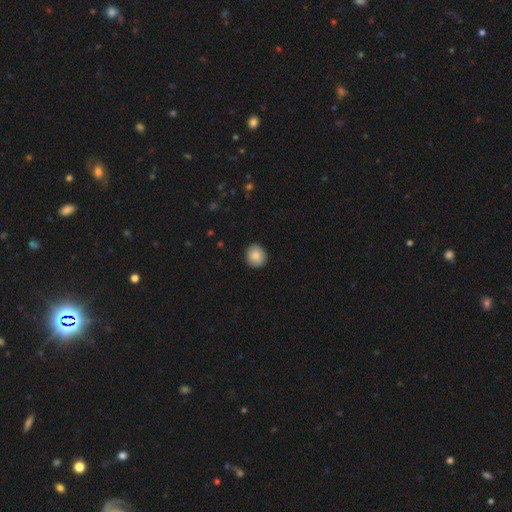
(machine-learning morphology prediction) Overall: smooth (86%). How rounded: round (84%). Merging: none (90%).